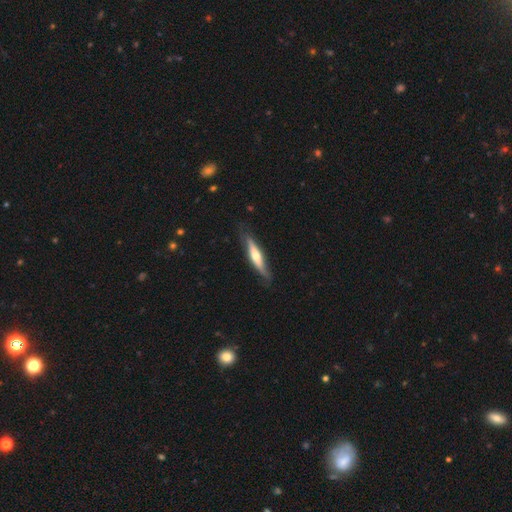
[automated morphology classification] Overall: featured or disk (57%; smooth 38%). Edge-on disk: yes (85%). Merging: none (73%).